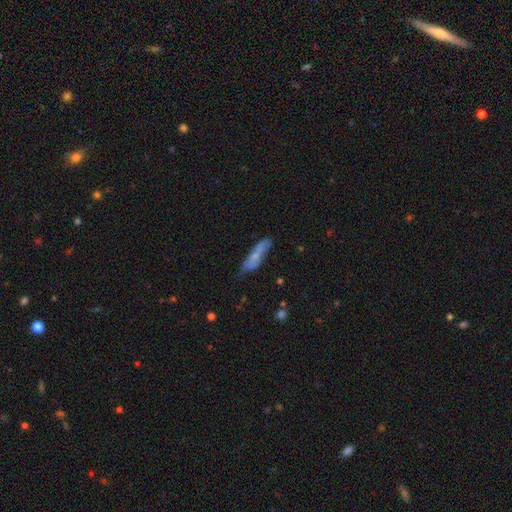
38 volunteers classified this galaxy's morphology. smooth 71%, featured or disk 24%, star or artifact 5%. Down the decision tree: how rounded — cigar-shaped (70%); merging — none (53%).